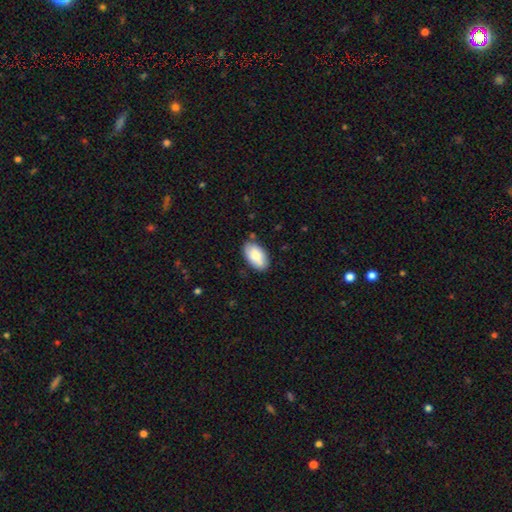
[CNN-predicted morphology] This appears to be a smooth galaxy with no disk features (82%) that is in between round and cigar-shaped (95%). Merging: none (80%).